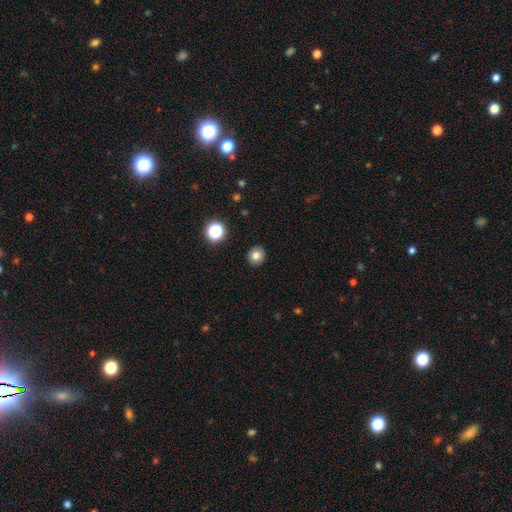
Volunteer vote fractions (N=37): Smooth or featured?
  - smooth: 84% *
  - featured or disk: 8%
  - star or artifact: 8%
How rounded?
  - round: 71% *
  - in between: 26%
  - cigar-shaped: 3%
Merging?
  - none: 85% *
  - minor disturbance: 6%
  - merger: 6%
  - major disturbance: 3%